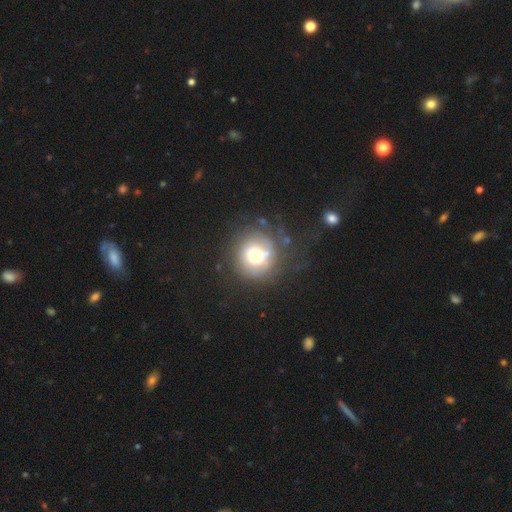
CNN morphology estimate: smooth-or-featured: smooth: 55% | featured or disk: 34% | star or artifact: 11%
  how-rounded: round: 89% | in between: 10% | cigar-shaped: 1%
  merging: none: 56% | major disturbance: 20% | minor disturbance: 19% | merger: 5%